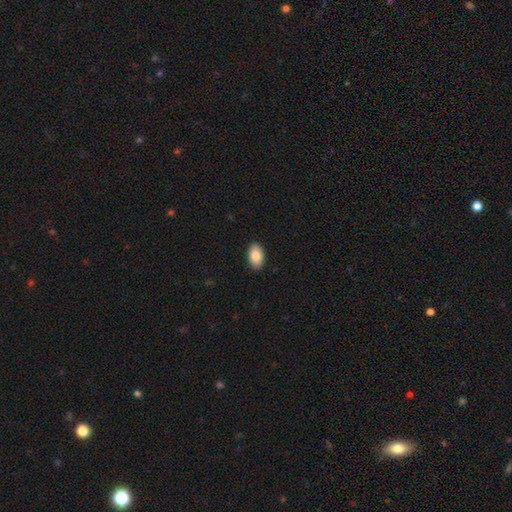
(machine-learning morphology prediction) A smooth galaxy with no disk features (86%) that is in between round and cigar-shaped (94%). Merging: none (90%).